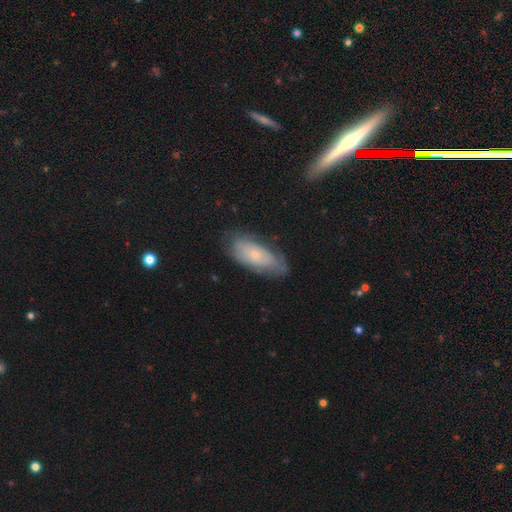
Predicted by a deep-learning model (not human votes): A smooth galaxy with no disk features (54%) that is in between round and cigar-shaped (82%).

Vote fractions:
- Smooth or featured? smooth: 54% / featured or disk: 39% / star or artifact: 7%
- How rounded? in between: 82% / cigar-shaped: 15% / round: 3%
- Merging? none: 68% / minor disturbance: 24% / major disturbance: 7% / merger: 2%